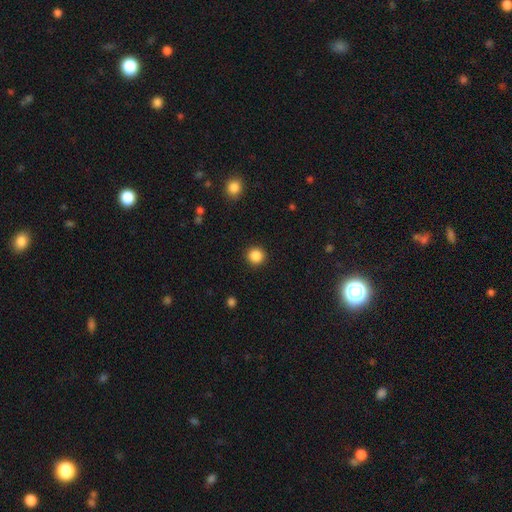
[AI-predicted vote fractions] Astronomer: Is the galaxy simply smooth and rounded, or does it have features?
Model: smooth — 86%.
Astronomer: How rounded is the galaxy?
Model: round — 95%.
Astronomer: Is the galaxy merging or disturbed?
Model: none — 92%.